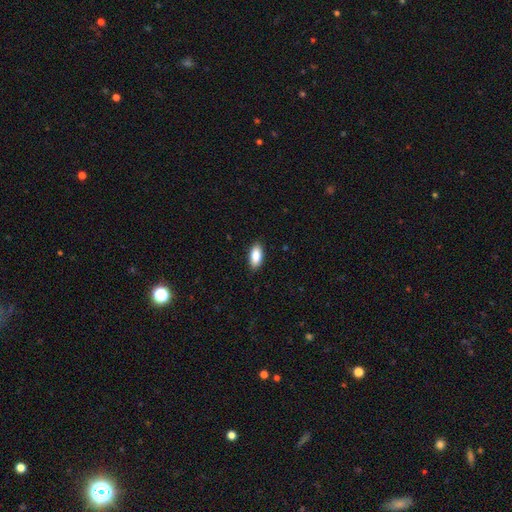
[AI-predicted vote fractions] This is clearly a smooth galaxy (88%). How rounded: clearly in between (91%). Merging: clearly none (88%).